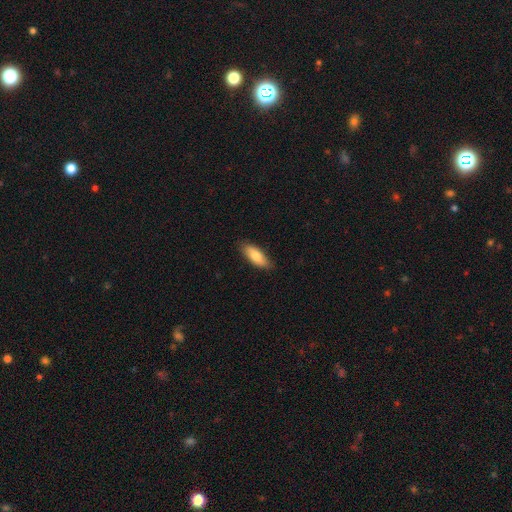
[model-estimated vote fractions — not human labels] smooth 78%, featured or disk 16%, star or artifact 6%. Down the decision tree: how rounded — in between (71%); merging — none (84%).